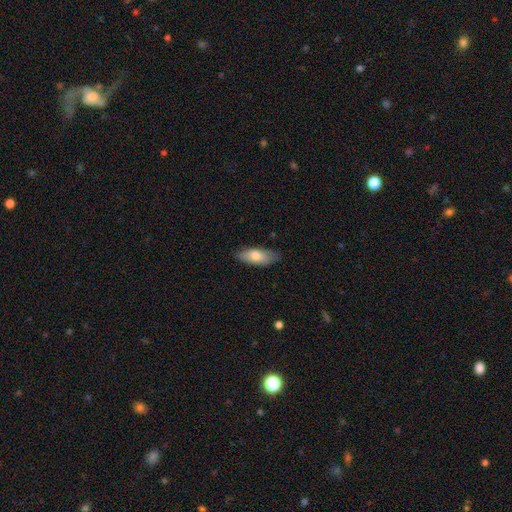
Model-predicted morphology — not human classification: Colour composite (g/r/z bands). It shows a smooth galaxy with no disk features (76%) that is in between round and cigar-shaped (78%). Merging: none (79%).